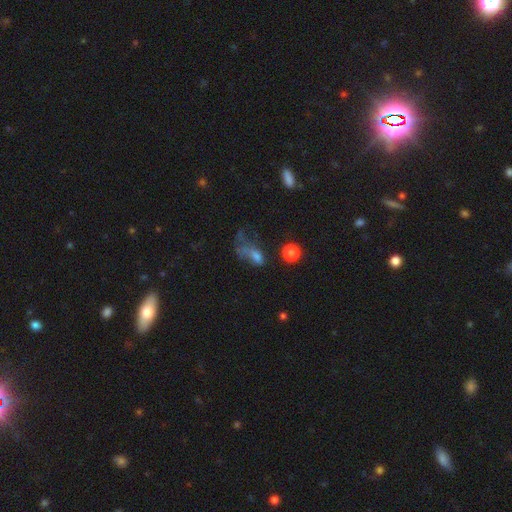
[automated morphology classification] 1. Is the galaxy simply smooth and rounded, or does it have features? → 56% smooth, 23% featured or disk, 21% star or artifact.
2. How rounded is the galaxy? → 71% in between, 19% round, 10% cigar-shaped.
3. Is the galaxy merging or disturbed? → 49% major disturbance, 23% none, 17% minor disturbance, 11% merger.